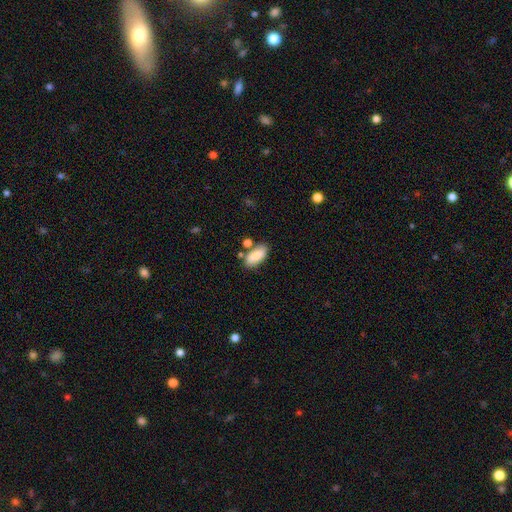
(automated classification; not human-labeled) Smooth or featured? smooth (82%)
How rounded? in between (88%)
Merging? none (70%)